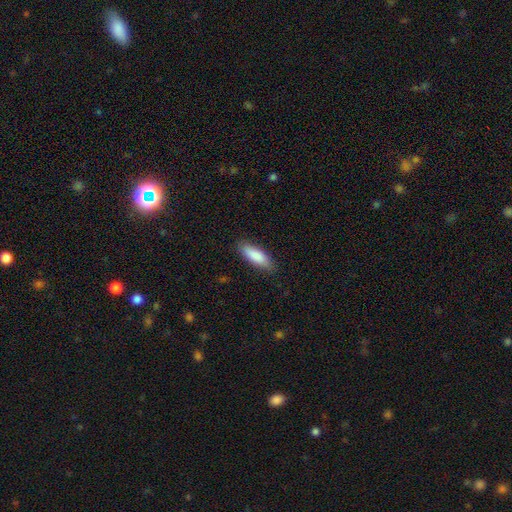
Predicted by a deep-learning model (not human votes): Q: Smooth or featured?
A: smooth (87%); runner-up: featured or disk (8%)
Q: How rounded?
A: in between (64%); runner-up: cigar-shaped (35%)
Q: Merging?
A: none (85%); runner-up: minor disturbance (11%)